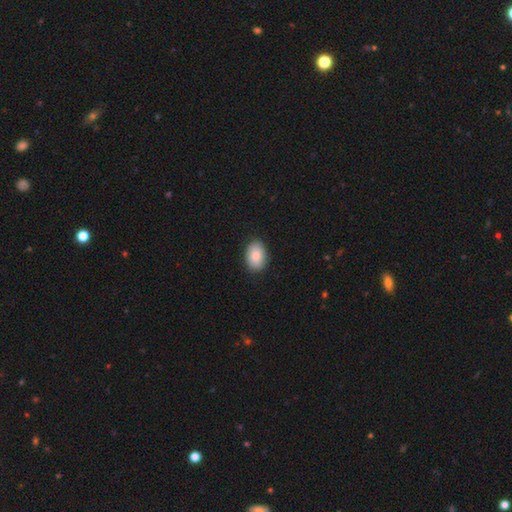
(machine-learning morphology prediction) Smooth or featured?
  - smooth: 86% *
  - featured or disk: 7%
  - star or artifact: 6%
How rounded?
  - in between: 85% *
  - round: 14%
  - cigar-shaped: 1%
Merging?
  - none: 88% *
  - minor disturbance: 9%
  - major disturbance: 2%
  - merger: 1%